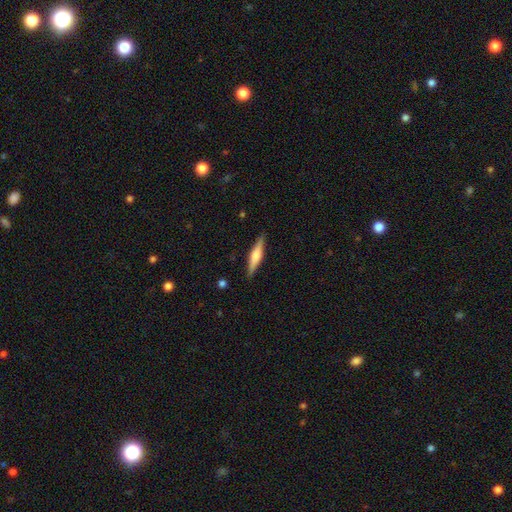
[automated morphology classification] A featured or disk galaxy (55%) viewed edge-on (97%) with a rounded central bulge (77%). Merging: none (90%).